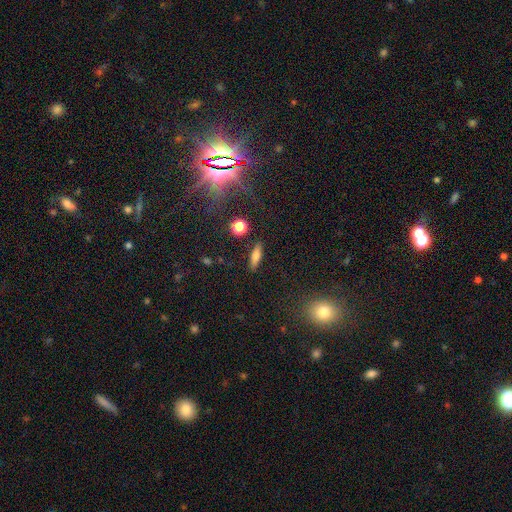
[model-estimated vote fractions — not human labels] Smooth or featured? Predicted: smooth (p=0.71). How rounded? Predicted: cigar-shaped (p=0.53). Merging? Predicted: none (p=0.88).